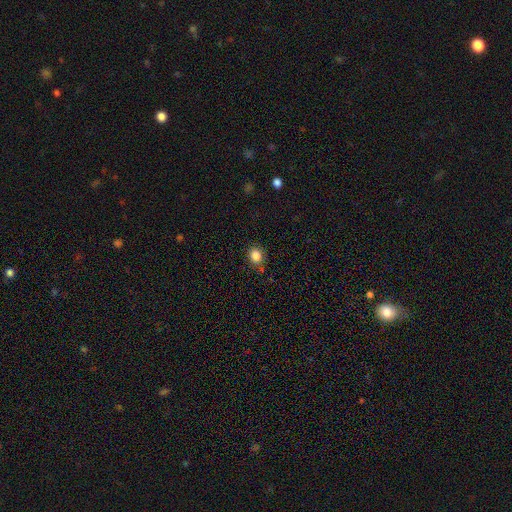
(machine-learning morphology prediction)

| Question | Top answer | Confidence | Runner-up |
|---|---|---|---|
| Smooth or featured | smooth | 85% | star or artifact (11%) |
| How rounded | round | 67% | in between (32%) |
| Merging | none | 80% | minor disturbance (14%) |